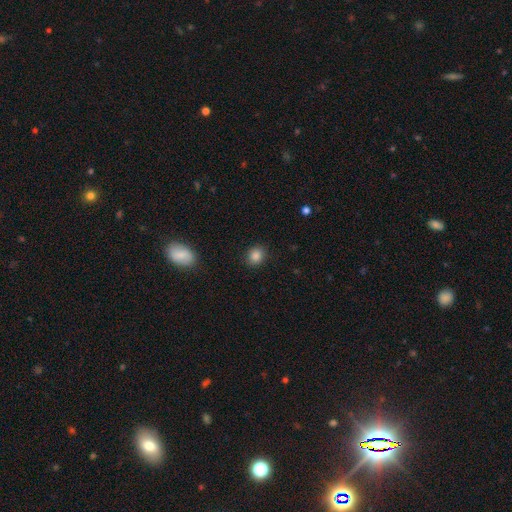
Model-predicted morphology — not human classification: type=smooth (85%); roundness=round (75%); merging=none (89%).